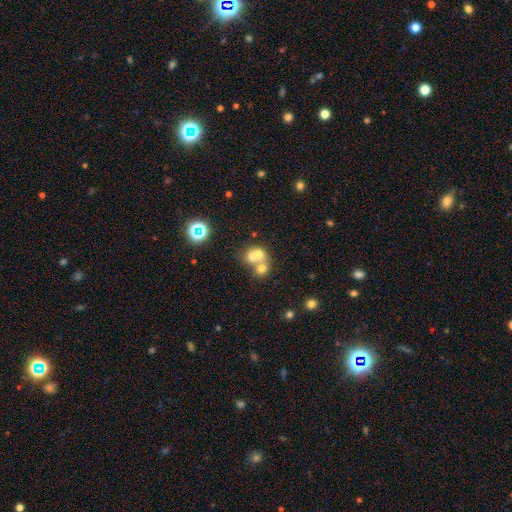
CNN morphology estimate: Smooth or featured? Predicted: smooth (p=0.58). How rounded? Predicted: round (p=0.70). Merging? Predicted: merger (p=0.64).